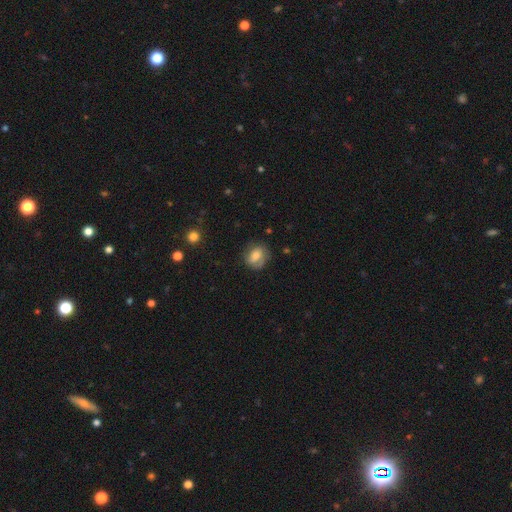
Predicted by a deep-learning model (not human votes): This appears to be a smooth galaxy with no disk features (63%) that is round (51%). Merging: none (64%).